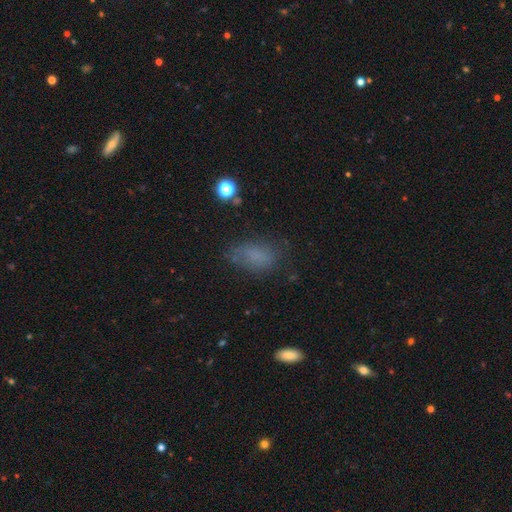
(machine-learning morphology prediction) A smooth galaxy with no disk features (73%) that is in between round and cigar-shaped (86%). Merging: none (63%).